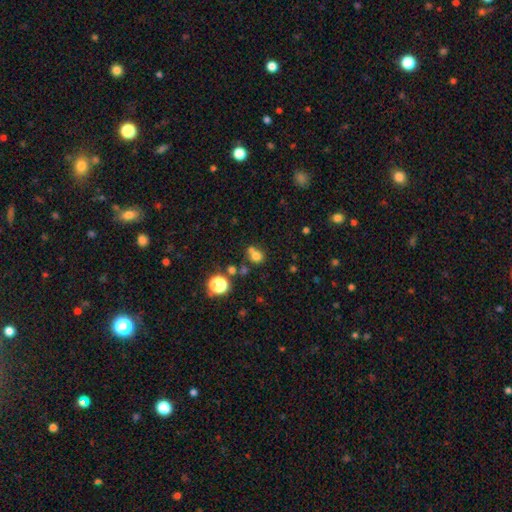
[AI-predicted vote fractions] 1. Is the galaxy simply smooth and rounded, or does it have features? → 71% smooth, 19% star or artifact, 11% featured or disk.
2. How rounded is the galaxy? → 78% round, 21% in between, 1% cigar-shaped.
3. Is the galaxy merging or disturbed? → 49% none, 36% merger, 10% minor disturbance, 5% major disturbance.